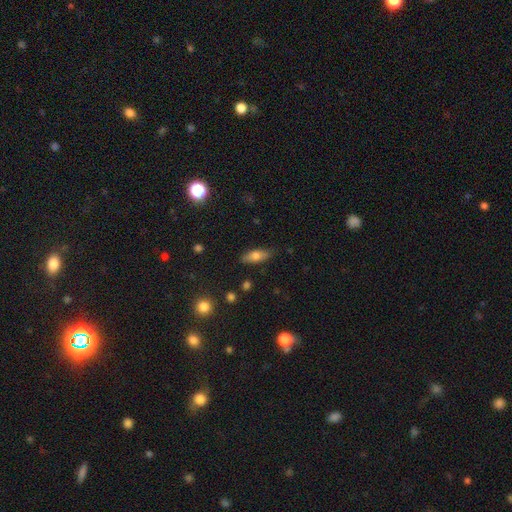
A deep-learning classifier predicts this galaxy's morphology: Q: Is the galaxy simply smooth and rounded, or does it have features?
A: smooth — 70%.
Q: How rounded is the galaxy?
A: in between — 70%.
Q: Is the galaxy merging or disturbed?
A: none — 83%.